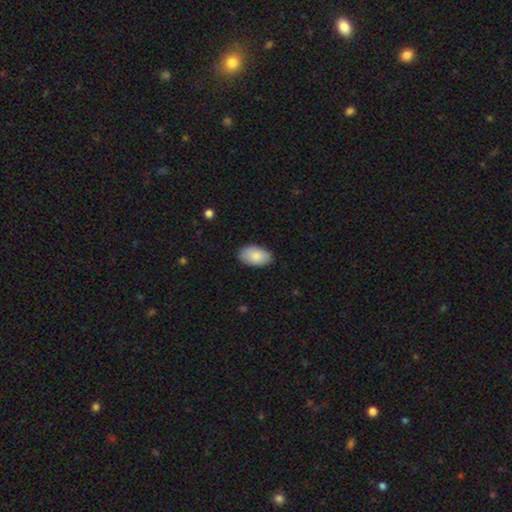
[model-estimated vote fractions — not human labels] Smooth or featured: smooth — 86% (featured or disk — 8%)
How rounded: in between — 94% (round — 5%)
Merging: none — 85% (minor disturbance — 12%)